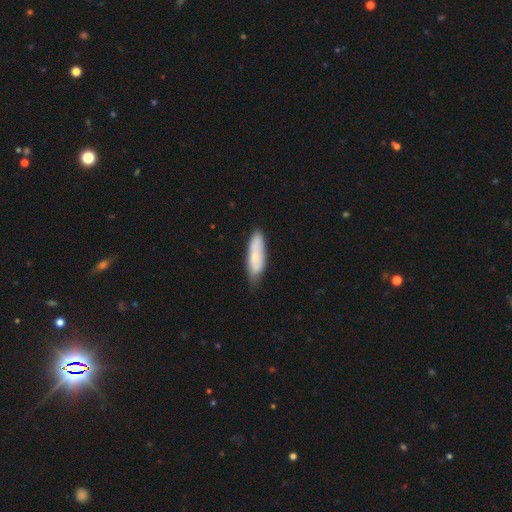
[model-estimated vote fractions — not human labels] This is likely a smooth galaxy (63%). How rounded: possibly cigar-shaped (51%). Merging: likely none (67%).